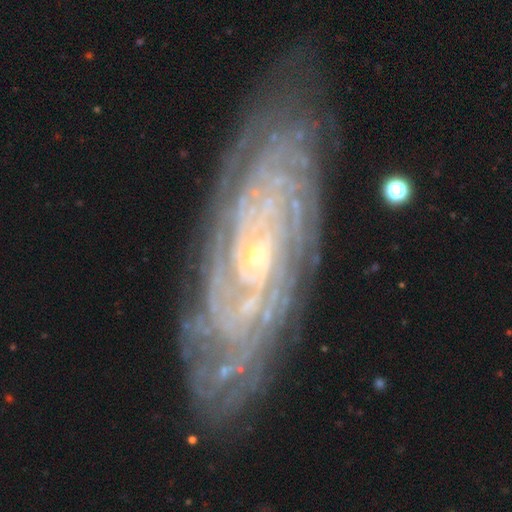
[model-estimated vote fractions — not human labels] Smooth or featured? featured or disk (87%)
Edge-on disk? no (87%)
Bar? no (66%)
Spiral arms? yes (97%)
Spiral winding? tight (83%)
Spiral arm count? can't tell (39%)
Bulge size? small (75%)
Merging? none (81%)